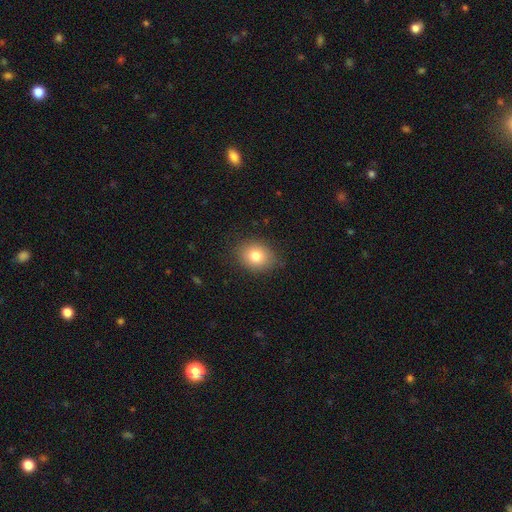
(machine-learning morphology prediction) smooth-or-featured: smooth: 80% | star or artifact: 11% | featured or disk: 10%
  how-rounded: round: 56% | in between: 43% | cigar-shaped: 1%
  merging: none: 83% | minor disturbance: 12% | major disturbance: 3% | merger: 1%